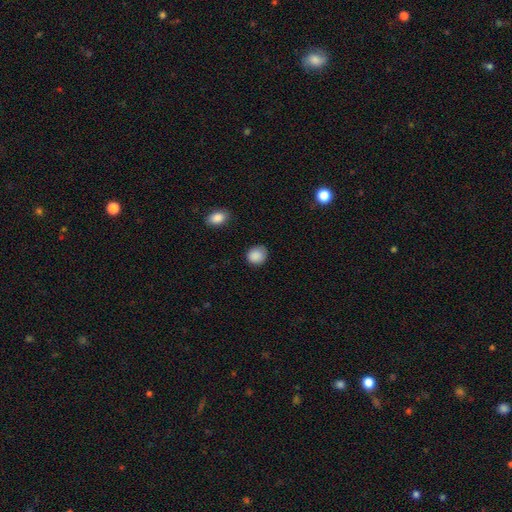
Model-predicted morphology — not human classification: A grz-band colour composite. It shows a smooth galaxy with no disk features (89%) that is round (73%). Merging: none (79%).